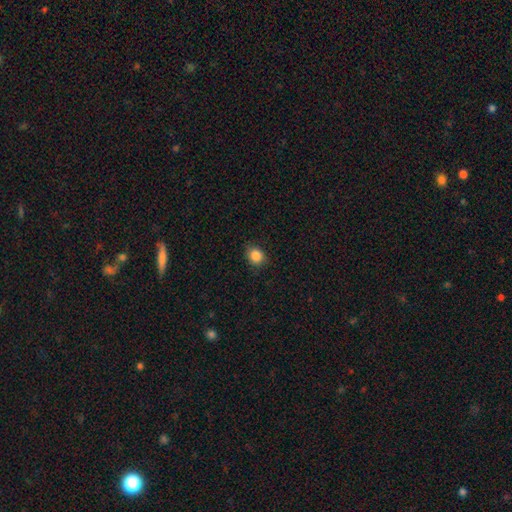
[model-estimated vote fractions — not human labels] Overall: smooth (86%). How rounded: round (70%). Merging: none (85%).